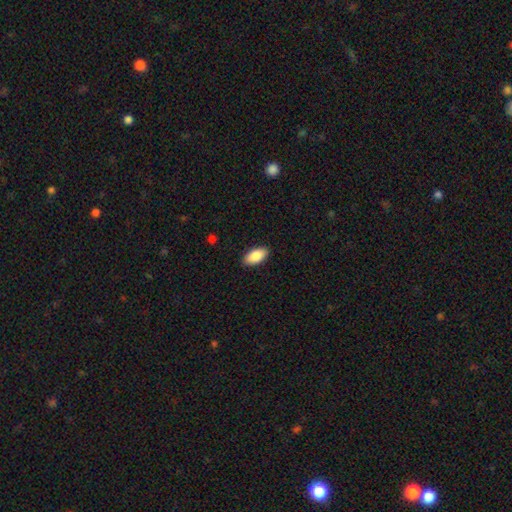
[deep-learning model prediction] Morphology: type=smooth (87%); roundness=in between (94%); merging=none (89%).